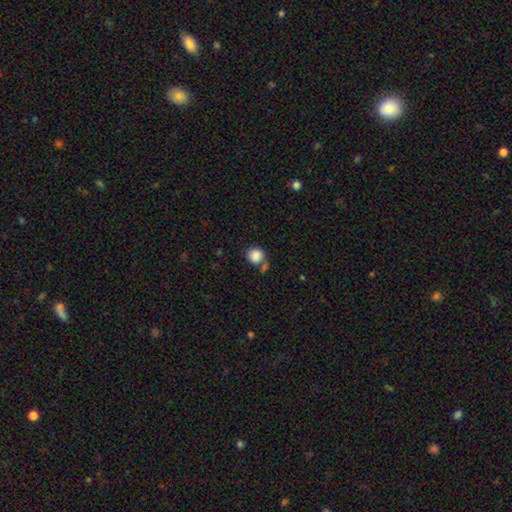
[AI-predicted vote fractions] Overall: smooth (87%). How rounded: round (88%). Merging: none (61%).